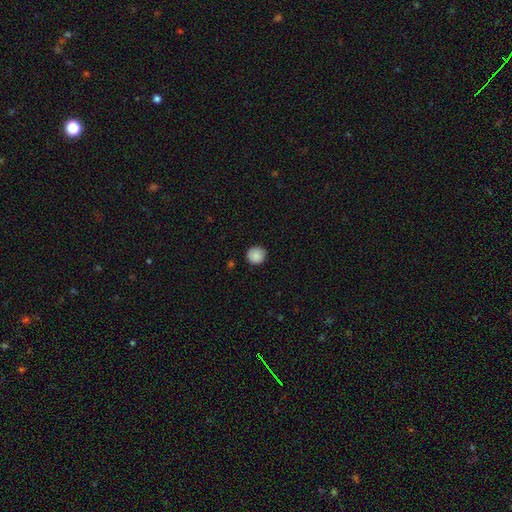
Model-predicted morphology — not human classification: type=smooth (88%); roundness=round (92%); merging=none (88%).